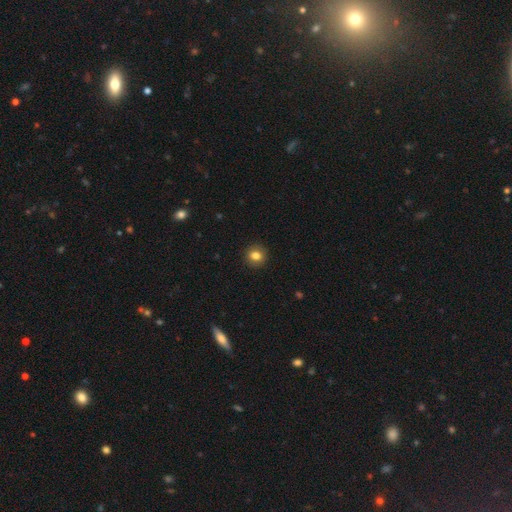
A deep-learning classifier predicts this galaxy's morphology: smooth_or_featured: smooth (p=0.83) [alt: star or artifact p=0.10]
how_rounded: round (p=0.85) [alt: in between p=0.14]
merging: none (p=0.91) [alt: minor disturbance p=0.06]